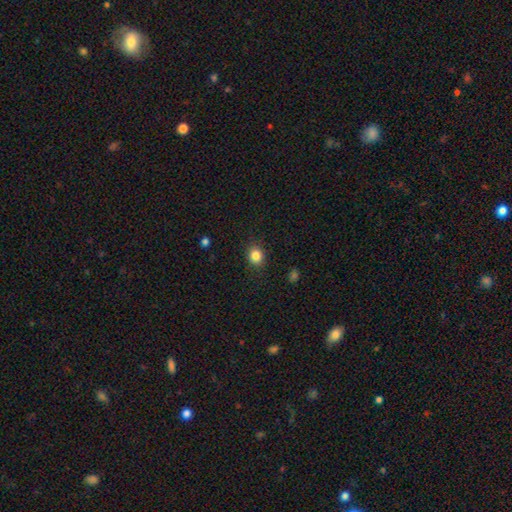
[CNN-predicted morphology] smooth 84%, star or artifact 11%, featured or disk 5%. Down the decision tree: how rounded — round (65%); merging — none (88%).